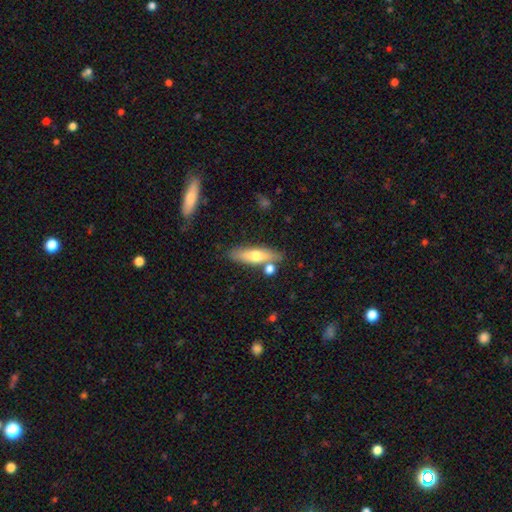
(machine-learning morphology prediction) smooth_or_featured: smooth (p=0.60) [alt: featured or disk p=0.34]
how_rounded: cigar-shaped (p=0.65) [alt: in between p=0.32]
merging: none (p=0.76) [alt: minor disturbance p=0.12]